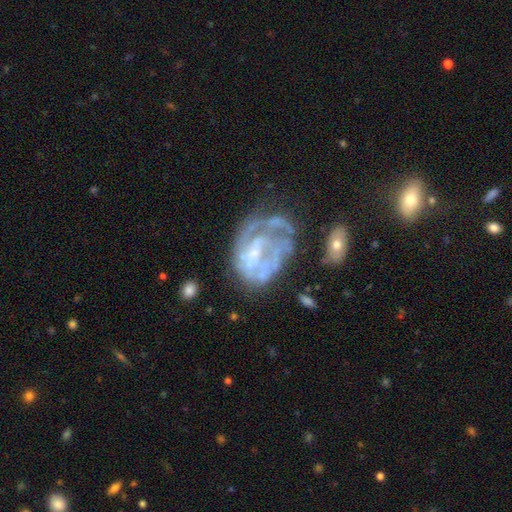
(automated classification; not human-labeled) Smooth or featured? Predicted: featured or disk (p=0.74). Edge-on disk? Predicted: no (p=0.98). Bar? Predicted: no (p=0.61). Spiral arms? Predicted: no (p=0.51). Bulge size? Predicted: none (p=0.42). Merging? Predicted: none (p=0.35).